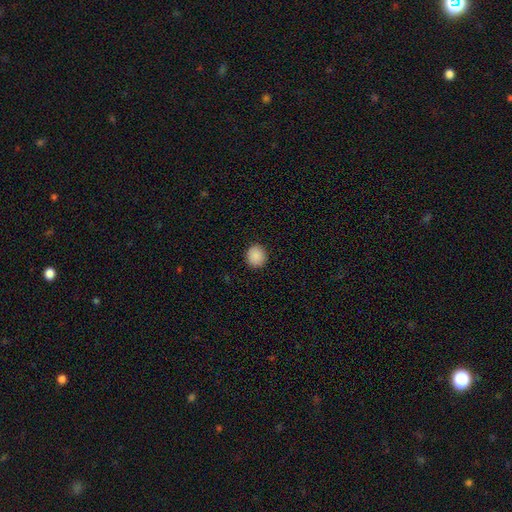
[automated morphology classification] This is clearly a smooth galaxy (89%). How rounded: clearly round (89%). Merging: clearly none (92%).